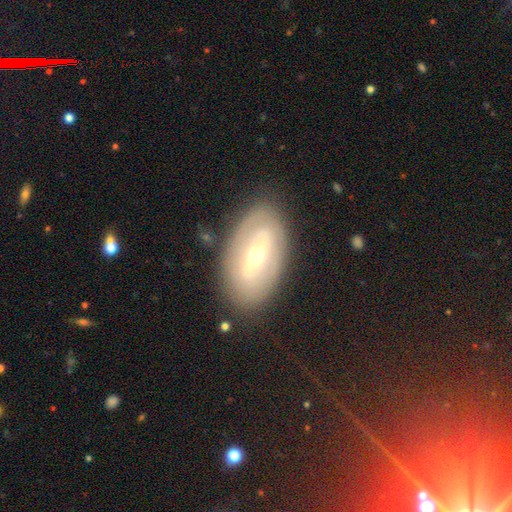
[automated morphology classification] The model was most divided on "spiral arms": yes: 51%, no: 49%. Remaining: edge-on disk — no (91%); merging — none (82%); smooth or featured — featured or disk (68%); bulge size — moderate (50%); bar — weak (39%).